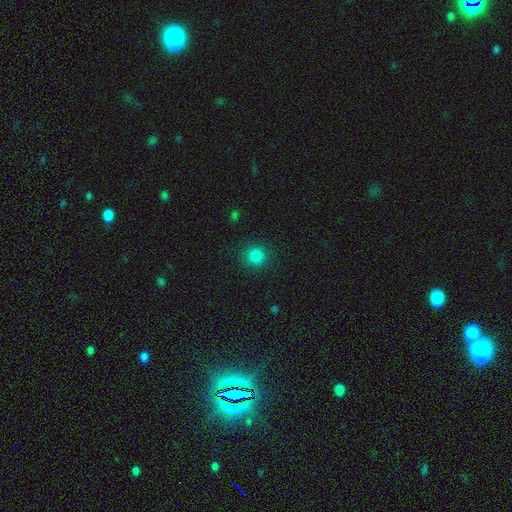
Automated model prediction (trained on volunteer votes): Smooth or featured? smooth (84%)
How rounded? round (90%)
Merging? none (89%)